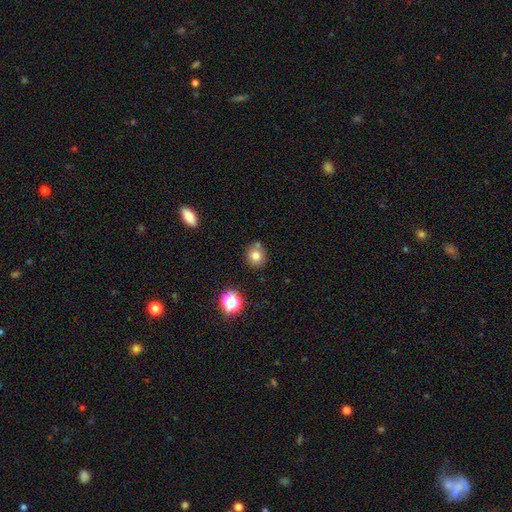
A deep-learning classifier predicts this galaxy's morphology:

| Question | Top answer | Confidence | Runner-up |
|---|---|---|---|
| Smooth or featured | smooth | 78% | star or artifact (14%) |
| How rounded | round | 86% | in between (13%) |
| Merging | none | 72% | merger (12%) |